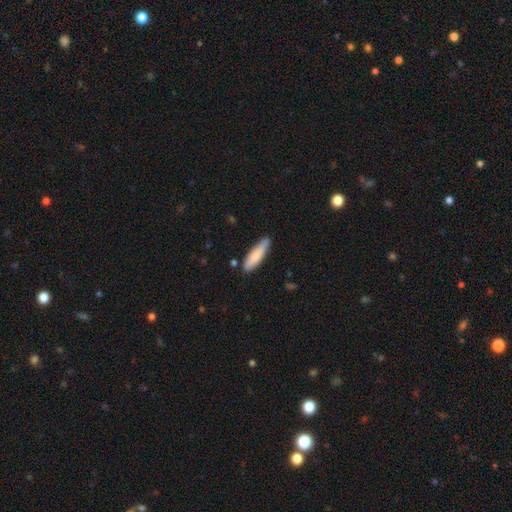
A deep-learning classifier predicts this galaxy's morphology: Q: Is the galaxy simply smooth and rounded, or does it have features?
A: smooth — 82%.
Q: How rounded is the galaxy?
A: cigar-shaped — 68%.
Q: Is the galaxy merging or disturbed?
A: none — 78%.